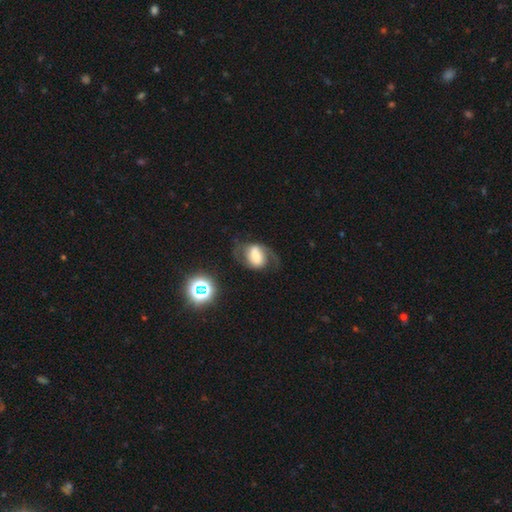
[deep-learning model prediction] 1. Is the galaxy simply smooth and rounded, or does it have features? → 63% featured or disk, 27% smooth, 10% star or artifact.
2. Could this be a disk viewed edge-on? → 97% no, 3% yes.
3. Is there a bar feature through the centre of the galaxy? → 40% weak, 31% no, 30% strong.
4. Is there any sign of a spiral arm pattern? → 88% yes, 12% no.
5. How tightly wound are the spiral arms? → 44% medium, 41% loose, 15% tight.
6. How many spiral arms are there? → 84% 2, 8% 1, 6% can't tell, 1% 3, 1% 4, 1% more than 4.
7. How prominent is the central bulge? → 29% moderate, 26% large, 25% small, 11% dominant, 9% none.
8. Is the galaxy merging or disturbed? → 57% none, 21% minor disturbance, 20% major disturbance, 3% merger.